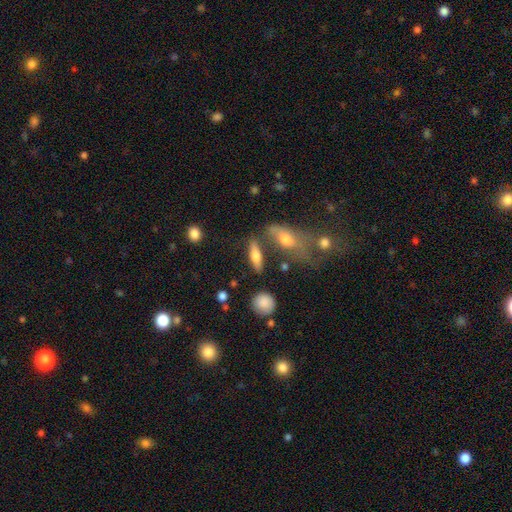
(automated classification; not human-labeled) Overall: smooth (55%; featured or disk 36%). How rounded: cigar-shaped (50%; in between 44%). Merging: none (66%).